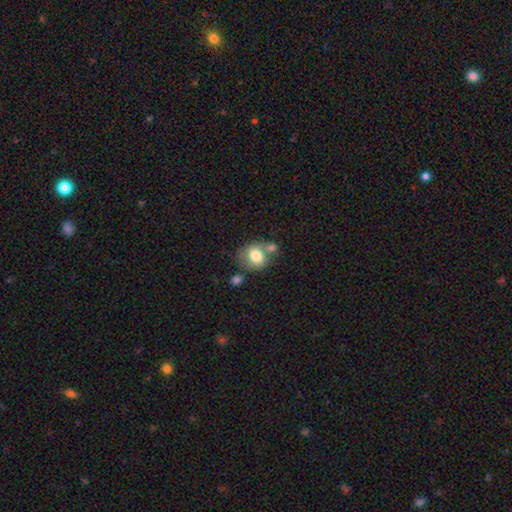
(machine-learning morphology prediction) Q: Smooth or featured?
A: smooth (71%); runner-up: featured or disk (21%)
Q: How rounded?
A: round (61%); runner-up: in between (38%)
Q: Merging?
A: none (42%); runner-up: merger (32%)